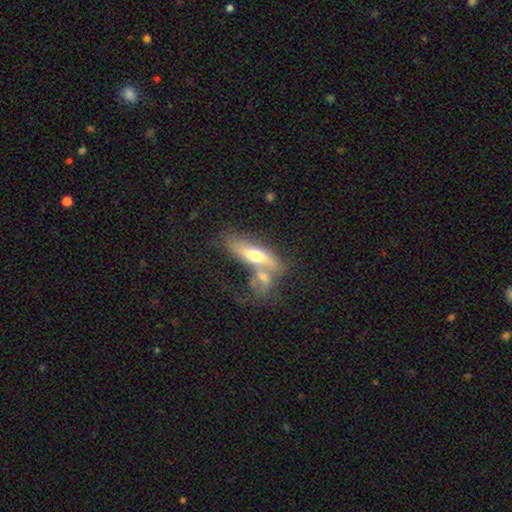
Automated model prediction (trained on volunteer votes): smooth 47%, featured or disk 46%, star or artifact 7%. Down the decision tree: merging — merger (54%).